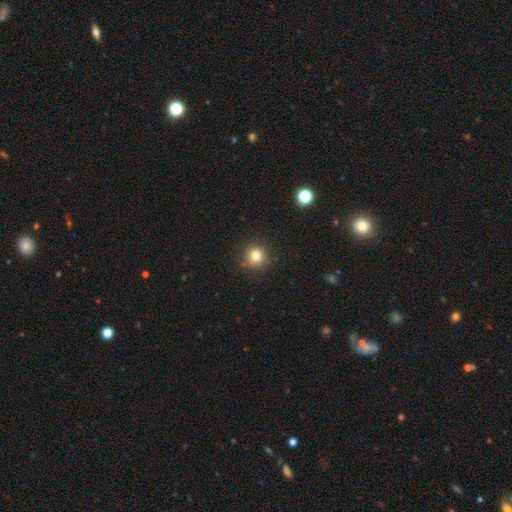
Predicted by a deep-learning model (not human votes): A smooth galaxy with no disk features (79%) that is round (94%). Merging: none (88%).